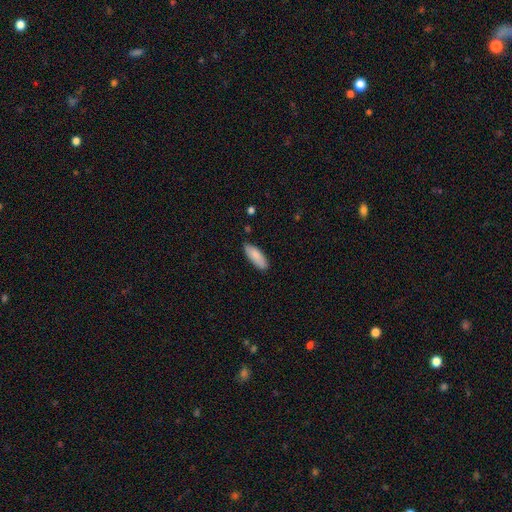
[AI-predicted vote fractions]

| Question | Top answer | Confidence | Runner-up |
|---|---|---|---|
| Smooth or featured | smooth | 86% | featured or disk (8%) |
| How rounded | in between | 71% | cigar-shaped (28%) |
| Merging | none | 82% | minor disturbance (15%) |